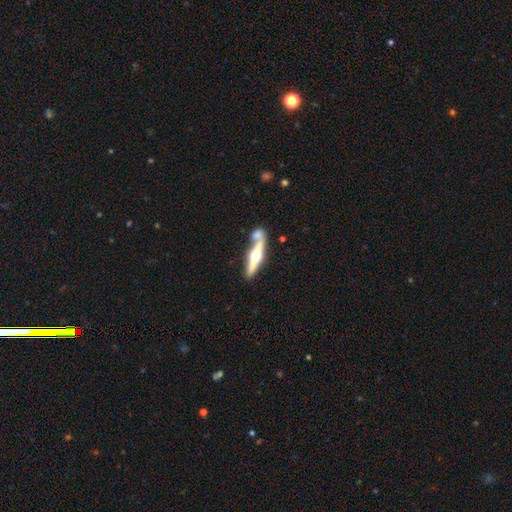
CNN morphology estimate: Smooth or featured: featured or disk — 66% (smooth — 29%)
Edge-on disk: yes — 93% (no — 7%)
Edge-on bulge: rounded — 95% (boxy — 3%)
Merging: none — 55% (merger — 26%)